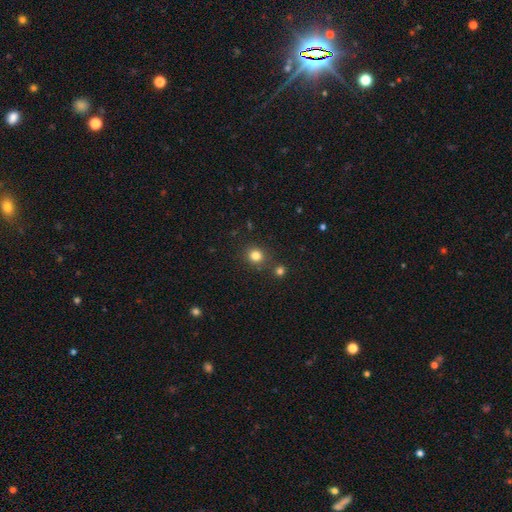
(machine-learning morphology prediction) A smooth galaxy with no disk features (80%) that is round (88%).

Vote fractions:
- Smooth or featured? smooth: 80% / star or artifact: 14% / featured or disk: 5%
- How rounded? round: 88% / in between: 11% / cigar-shaped: 1%
- Merging? none: 82% / minor disturbance: 8% / merger: 7% / major disturbance: 3%